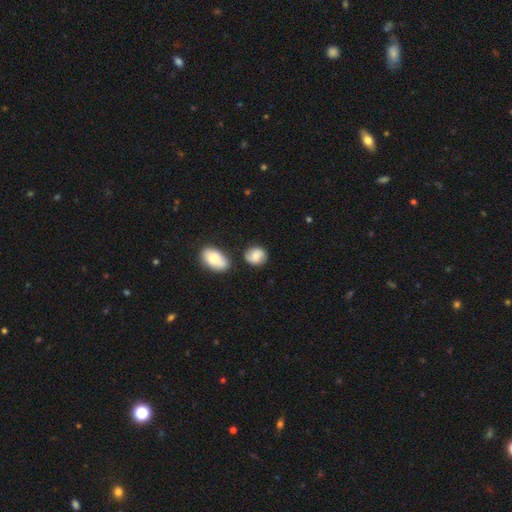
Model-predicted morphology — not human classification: smooth_or_featured: smooth (p=0.67) [alt: featured or disk p=0.25]
how_rounded: round (p=0.63) [alt: in between p=0.36]
merging: none (p=0.68) [alt: minor disturbance p=0.18]